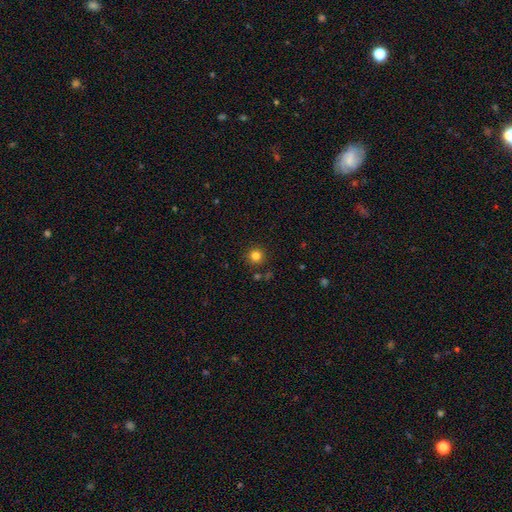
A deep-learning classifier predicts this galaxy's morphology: A smooth galaxy with no disk features (82%) that is round (94%).

Vote fractions:
- Smooth or featured? smooth: 82% / star or artifact: 13% / featured or disk: 5%
- How rounded? round: 94% / in between: 5% / cigar-shaped: 1%
- Merging? none: 87% / minor disturbance: 7% / merger: 3% / major disturbance: 2%